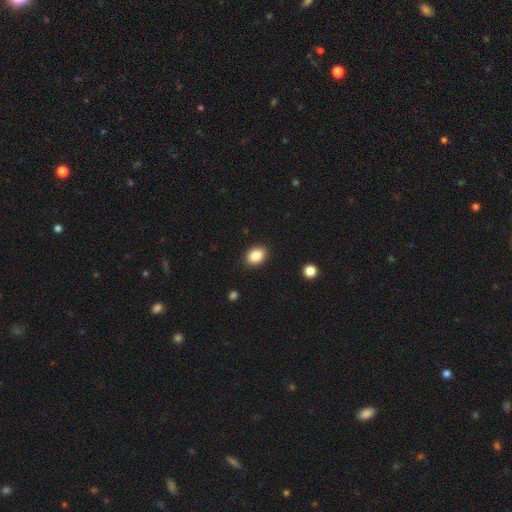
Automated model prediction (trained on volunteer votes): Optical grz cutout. It shows a smooth galaxy with no disk features (87%) that is in between round and cigar-shaped (67%). Merging: none (90%).